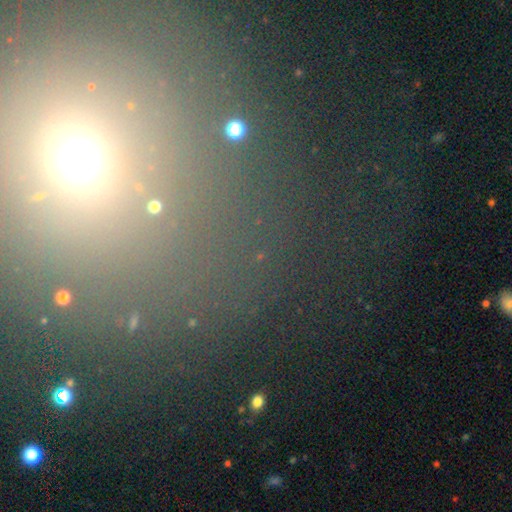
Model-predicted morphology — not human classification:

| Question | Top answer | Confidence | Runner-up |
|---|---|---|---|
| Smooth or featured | star or artifact | 57% | smooth (31%) |